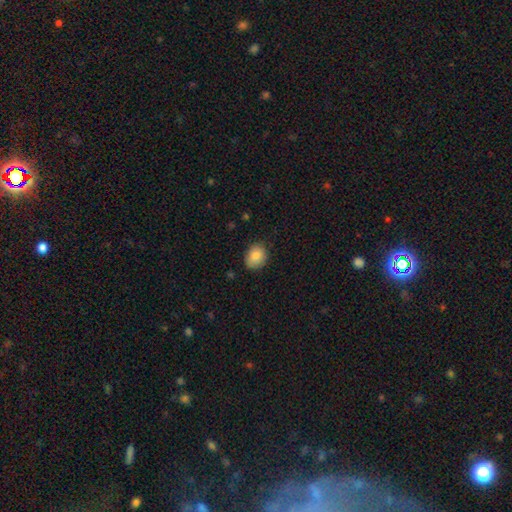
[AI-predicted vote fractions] Smooth or featured?
  - smooth: 85% *
  - star or artifact: 8%
  - featured or disk: 7%
How rounded?
  - in between: 56% *
  - round: 43%
  - cigar-shaped: 1%
Merging?
  - none: 81% *
  - minor disturbance: 16%
  - major disturbance: 3%
  - merger: 1%